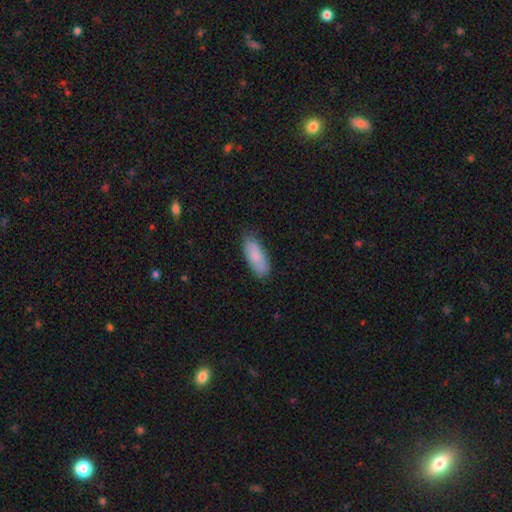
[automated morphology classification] A smooth galaxy with no disk features (86%) that is in between round and cigar-shaped (75%).

Vote fractions:
- Smooth or featured? smooth: 86% / featured or disk: 8% / star or artifact: 6%
- How rounded? in between: 75% / cigar-shaped: 24% / round: 2%
- Merging? none: 82% / minor disturbance: 14% / major disturbance: 3% / merger: 1%